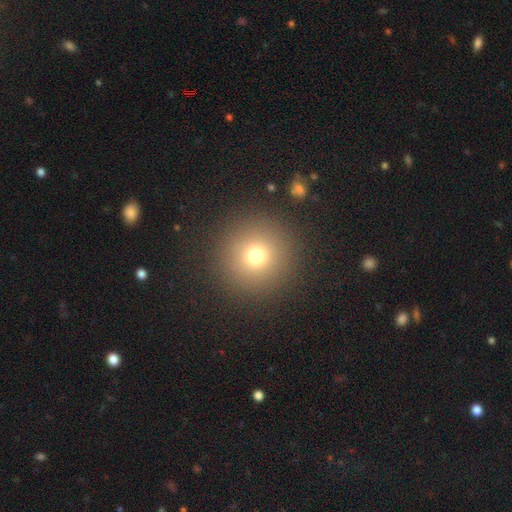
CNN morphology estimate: This appears to be a smooth galaxy with no disk features (73%) that is round (96%). Merging: none (90%).